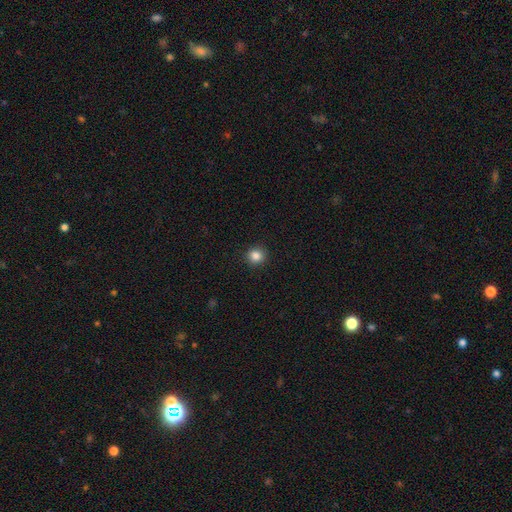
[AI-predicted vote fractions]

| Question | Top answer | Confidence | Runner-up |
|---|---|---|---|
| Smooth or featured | smooth | 85% | star or artifact (11%) |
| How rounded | round | 91% | in between (8%) |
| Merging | none | 91% | minor disturbance (6%) |